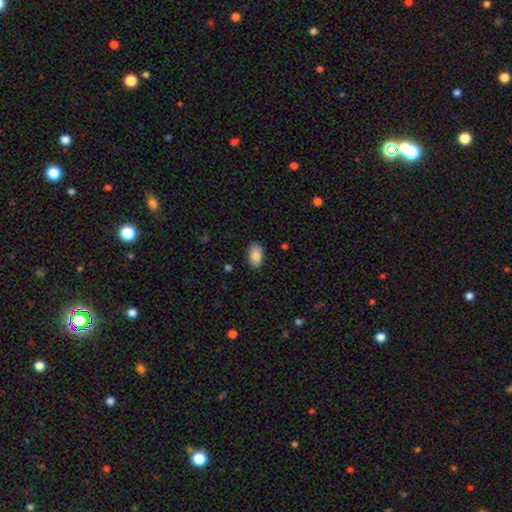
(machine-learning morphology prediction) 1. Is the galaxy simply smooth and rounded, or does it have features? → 89% smooth, 7% star or artifact, 4% featured or disk.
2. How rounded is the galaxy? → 93% in between, 5% round, 2% cigar-shaped.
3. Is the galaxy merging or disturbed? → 85% none, 11% minor disturbance, 2% major disturbance, 1% merger.